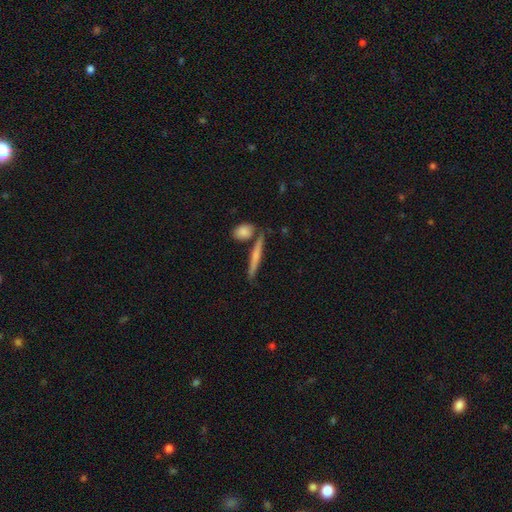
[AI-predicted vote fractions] smooth_or_featured: smooth (p=0.54) [alt: featured or disk p=0.39]
how_rounded: cigar-shaped (p=0.89) [alt: in between p=0.08]
merging: none (p=0.76) [alt: merger p=0.11]